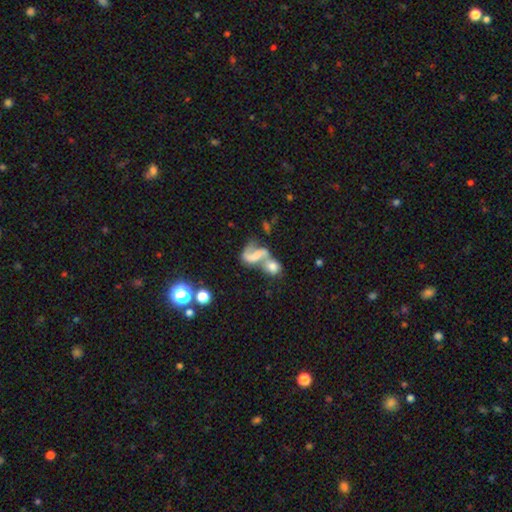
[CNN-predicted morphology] A featured or disk galaxy (60%) with no bar (46%), spiral arms (79%) and no central bulge (50%).

Vote fractions:
- Smooth or featured? featured or disk: 60% / smooth: 28% / star or artifact: 12%
- Edge-on disk? no: 97% / yes: 3%
- Bar? no: 46% / weak: 32% / strong: 22%
- Spiral arms? yes: 79% / no: 21%
- Bulge size? none: 50% / small: 23% / moderate: 17% / large: 7% / dominant: 3%
- Merging? merger: 62% / none: 18% / major disturbance: 12% / minor disturbance: 9%